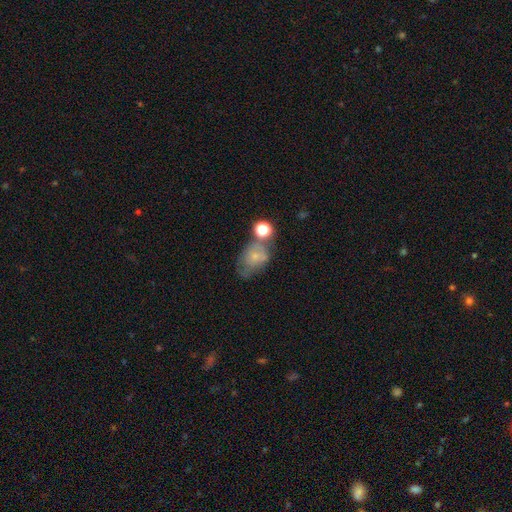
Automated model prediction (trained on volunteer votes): A smooth galaxy with no disk features (60%) that is in between round and cigar-shaped (69%). Merging: none (33%).